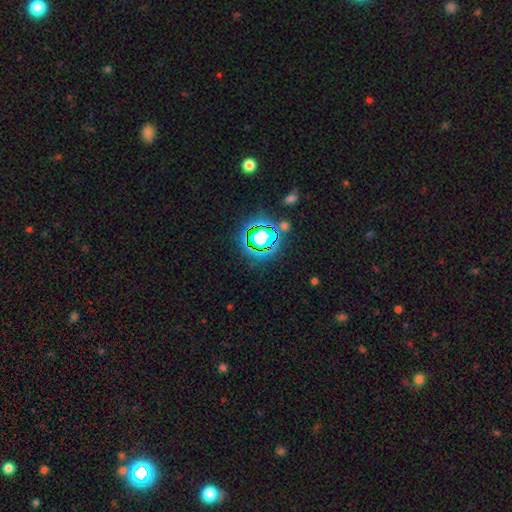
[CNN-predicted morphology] Smooth or featured? star or artifact (77%)